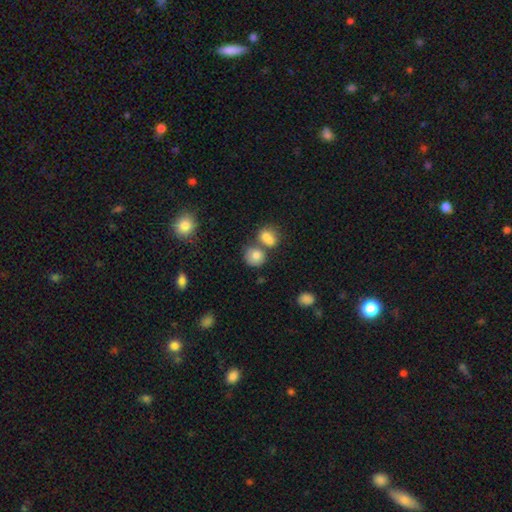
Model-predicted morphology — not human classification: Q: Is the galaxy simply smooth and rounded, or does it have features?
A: smooth — 78%.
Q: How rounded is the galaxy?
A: round — 75%.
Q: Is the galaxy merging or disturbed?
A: none — 47%.